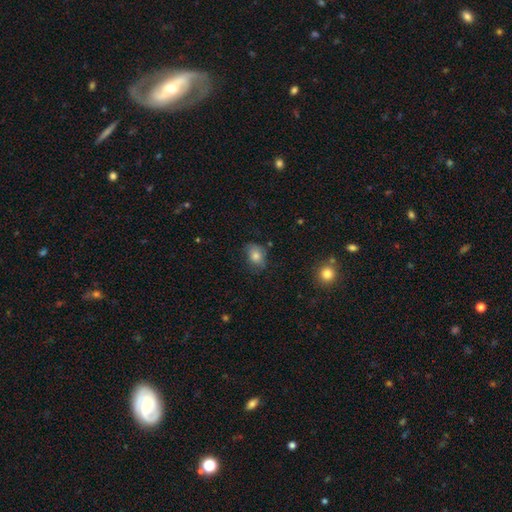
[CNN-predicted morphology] smooth 76%, featured or disk 13%, star or artifact 10%. Down the decision tree: how rounded — in between (69%); merging — none (63%).